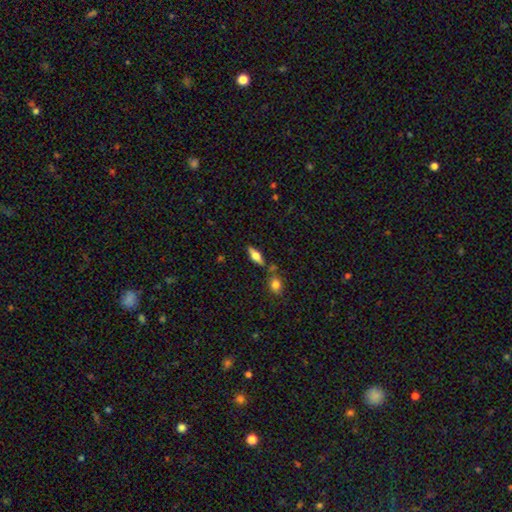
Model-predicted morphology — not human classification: Smooth or featured?
  - smooth: 48% *
  - featured or disk: 45%
  - star or artifact: 8%
Merging?
  - none: 74% *
  - minor disturbance: 12%
  - merger: 11%
  - major disturbance: 4%